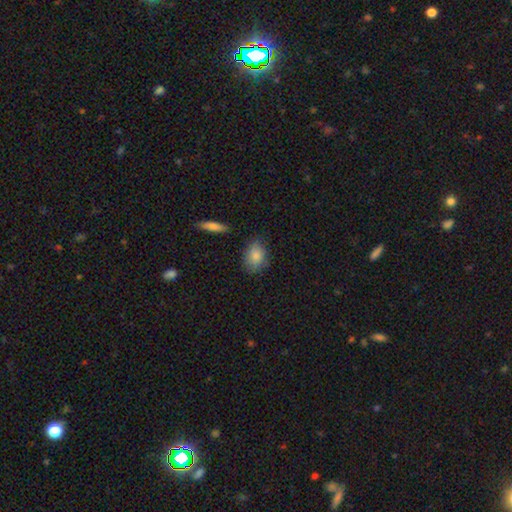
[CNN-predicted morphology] This appears to be a smooth galaxy with no disk features (83%) that is in between round and cigar-shaped (77%). Merging: none (75%).